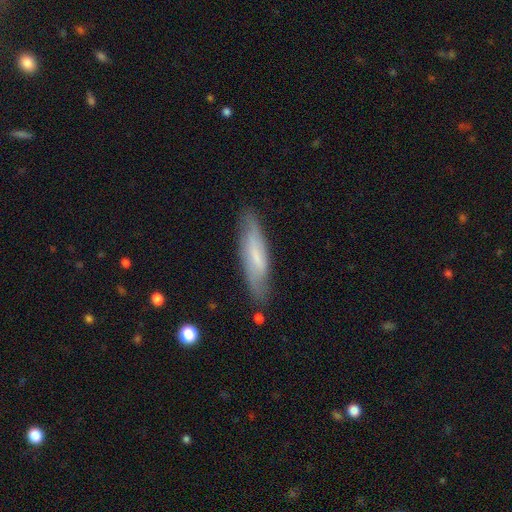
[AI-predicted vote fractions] smooth 51%, featured or disk 42%, star or artifact 7%. Down the decision tree: how rounded — cigar-shaped (73%); merging — none (80%).